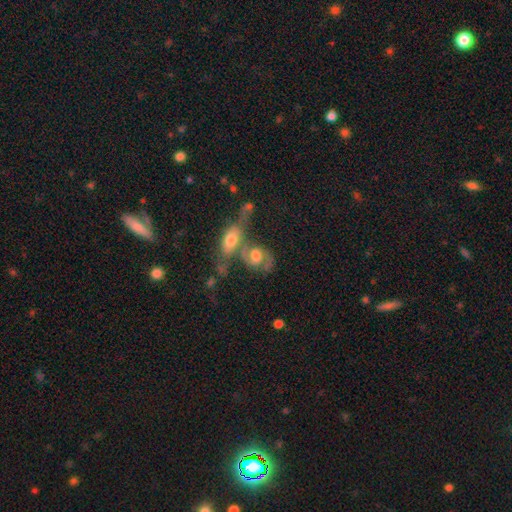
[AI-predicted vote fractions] A featured or disk galaxy (60%) with no bar (58%), spiral arms (82%) and a moderate central bulge (52%).

Vote fractions:
- Smooth or featured? featured or disk: 60% / smooth: 31% / star or artifact: 9%
- Edge-on disk? no: 94% / yes: 6%
- Bar? no: 58% / weak: 34% / strong: 8%
- Spiral arms? yes: 82% / no: 18%
- Bulge size? moderate: 52% / large: 27% / small: 13% / none: 5% / dominant: 3%
- Merging? merger: 50% / none: 27% / minor disturbance: 12% / major disturbance: 11%